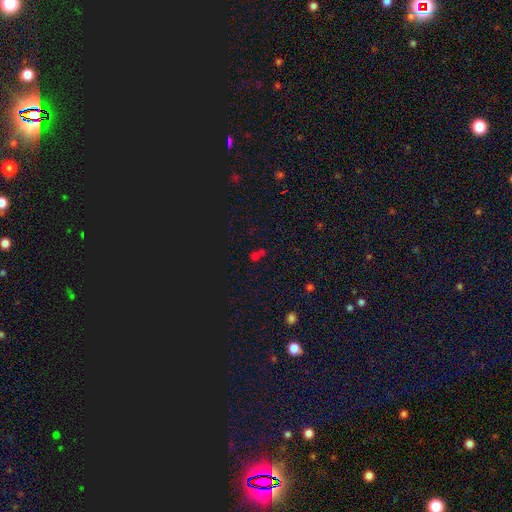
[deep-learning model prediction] This appears to be a star or artifact, not a galaxy (49%).